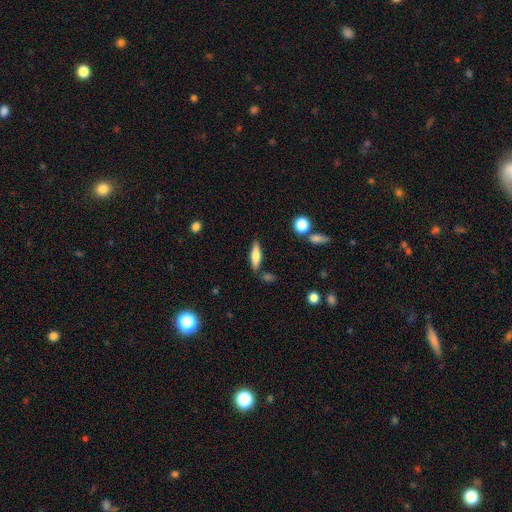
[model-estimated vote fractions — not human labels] smooth_or_featured: smooth (p=0.64) [alt: featured or disk p=0.30]
how_rounded: cigar-shaped (p=0.61) [alt: in between p=0.37]
merging: none (p=0.80) [alt: minor disturbance p=0.12]